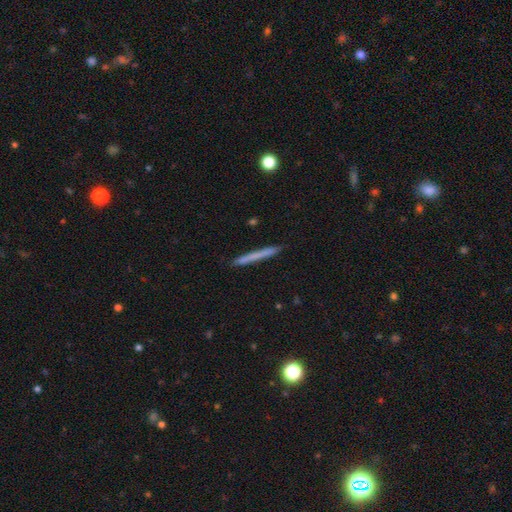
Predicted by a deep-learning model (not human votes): Q: Smooth or featured?
A: smooth (65%); runner-up: featured or disk (29%)
Q: How rounded?
A: cigar-shaped (97%); runner-up: in between (2%)
Q: Merging?
A: none (91%); runner-up: minor disturbance (6%)